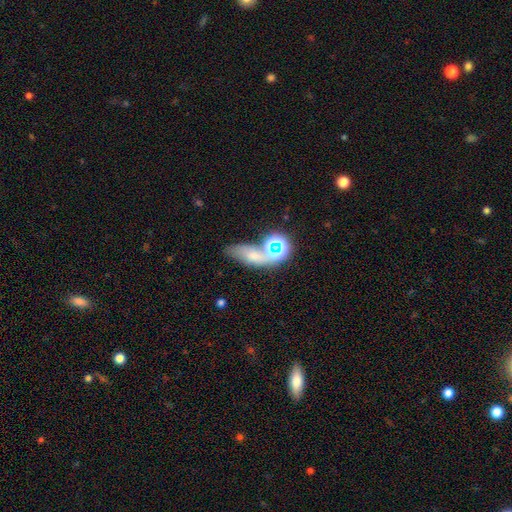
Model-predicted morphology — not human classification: smooth-or-featured: smooth: 51% | star or artifact: 27% | featured or disk: 22%
  how-rounded: in between: 63% | cigar-shaped: 19% | round: 18%
  merging: none: 44% | merger: 28% | minor disturbance: 17% | major disturbance: 12%